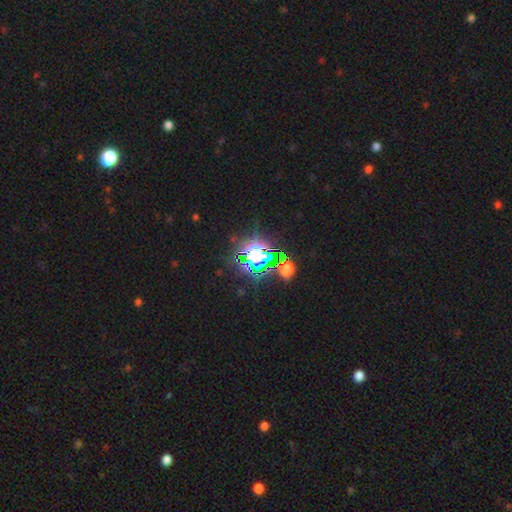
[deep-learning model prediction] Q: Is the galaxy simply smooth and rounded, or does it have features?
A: star or artifact — 72%.